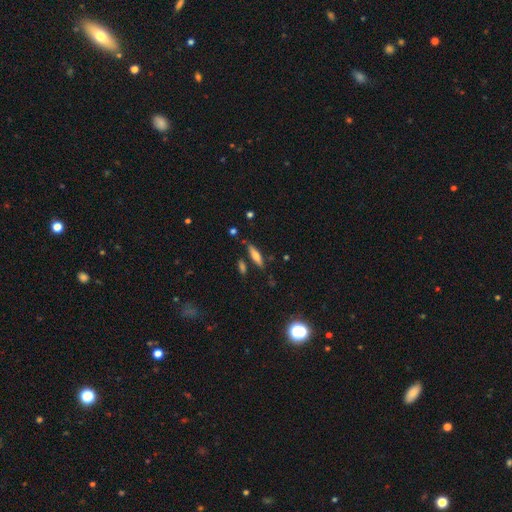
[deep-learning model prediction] A smooth galaxy with no disk features (54%) that is cigar-shaped (68%). Merging: none (77%).